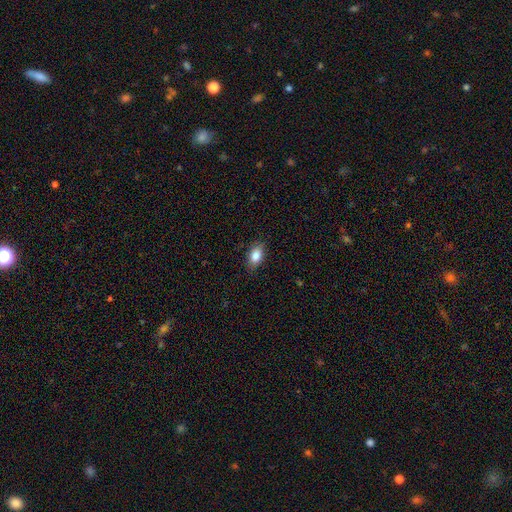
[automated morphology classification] Overall: smooth (85%). How rounded: in between (89%). Merging: none (84%).